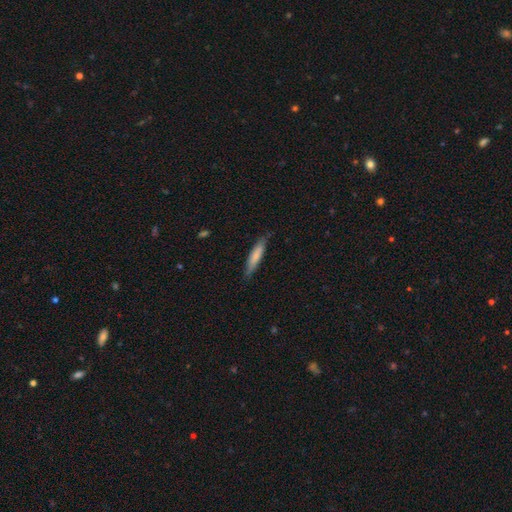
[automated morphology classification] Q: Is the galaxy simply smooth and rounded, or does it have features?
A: smooth — 74%.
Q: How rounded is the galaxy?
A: cigar-shaped — 84%.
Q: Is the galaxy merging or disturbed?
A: none — 81%.